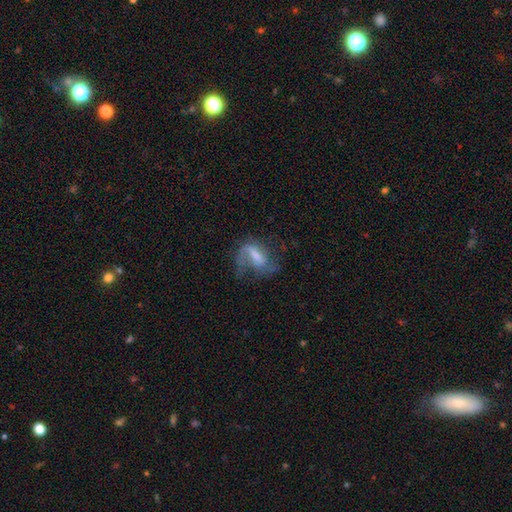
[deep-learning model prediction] The model was most divided on "merging": none: 40%, major disturbance: 35%, minor disturbance: 22%, merger: 3%. Remaining: edge-on disk — no (92%); spiral arms — yes (79%); smooth or featured — featured or disk (62%); bar — weak (42%); bulge size — moderate (35%).